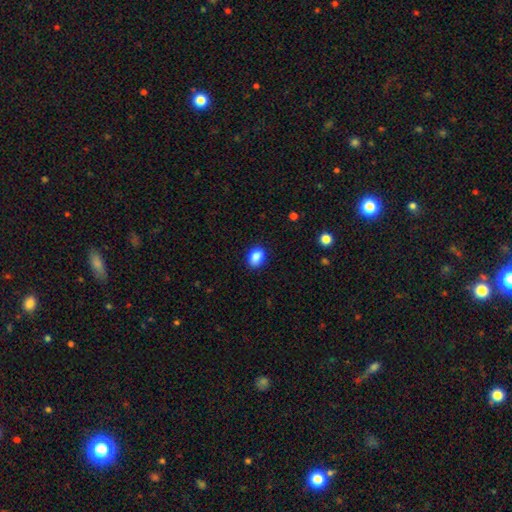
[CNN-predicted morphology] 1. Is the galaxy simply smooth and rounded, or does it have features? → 87% smooth, 9% star or artifact, 4% featured or disk.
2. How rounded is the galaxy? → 74% in between, 25% round, 1% cigar-shaped.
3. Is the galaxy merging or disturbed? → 86% none, 11% minor disturbance, 2% major disturbance, 1% merger.